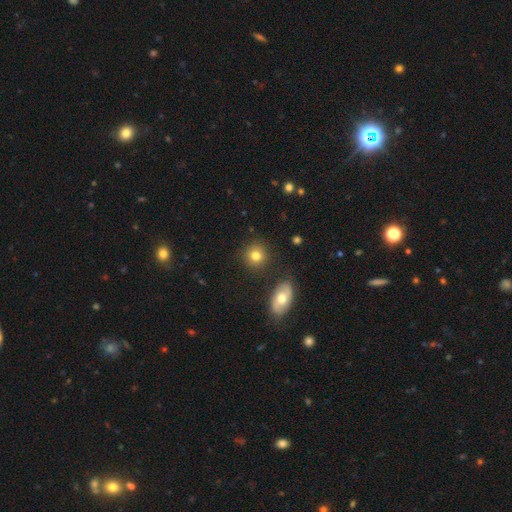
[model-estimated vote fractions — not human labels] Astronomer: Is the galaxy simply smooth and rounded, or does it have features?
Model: smooth — 79%.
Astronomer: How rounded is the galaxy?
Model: round — 86%.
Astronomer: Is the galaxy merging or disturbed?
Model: none — 85%.